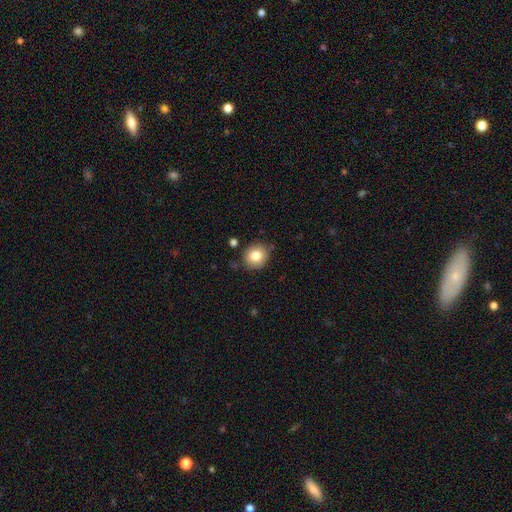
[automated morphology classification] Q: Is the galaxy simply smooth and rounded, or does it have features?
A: smooth — 82%.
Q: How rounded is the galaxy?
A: round — 81%.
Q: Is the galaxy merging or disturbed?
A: none — 83%.